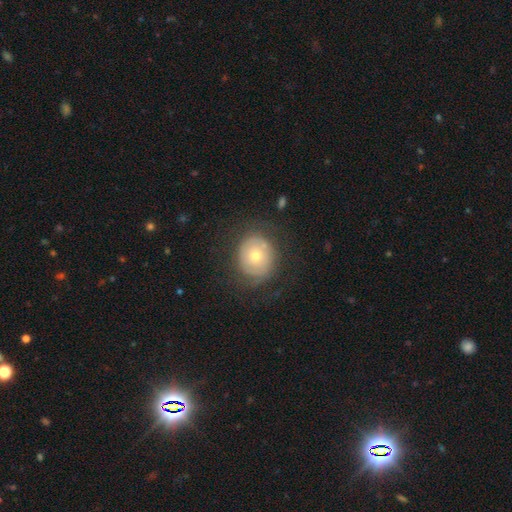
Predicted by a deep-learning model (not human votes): Smooth or featured? smooth (50%)
How rounded? round (81%)
Merging? none (70%)